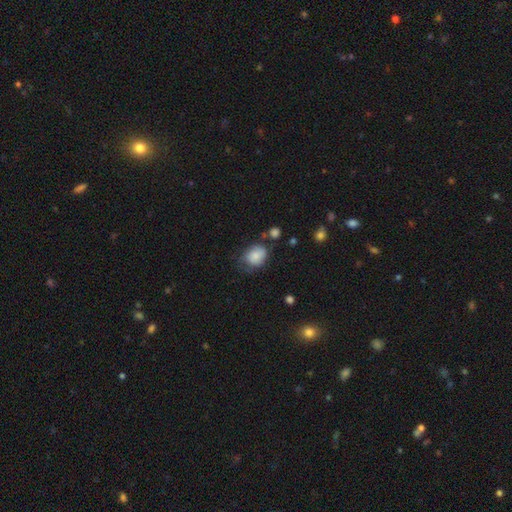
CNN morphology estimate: Smooth or featured?
  - smooth: 81% *
  - featured or disk: 11%
  - star or artifact: 8%
How rounded?
  - in between: 57% *
  - round: 42%
  - cigar-shaped: 1%
Merging?
  - none: 53% *
  - minor disturbance: 31%
  - major disturbance: 11%
  - merger: 5%